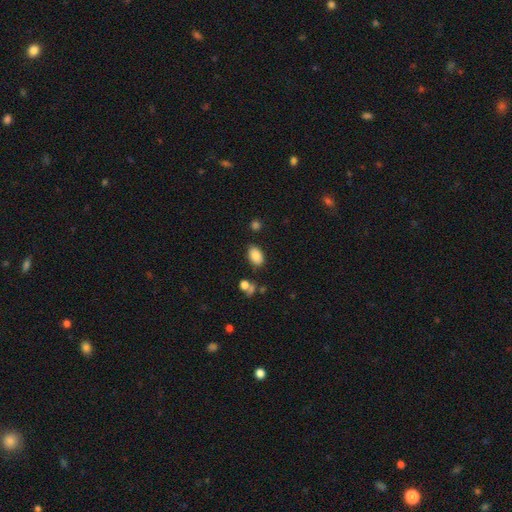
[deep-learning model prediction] Smooth or featured? Predicted: smooth (p=0.86). How rounded? Predicted: in between (p=0.90). Merging? Predicted: none (p=0.81).